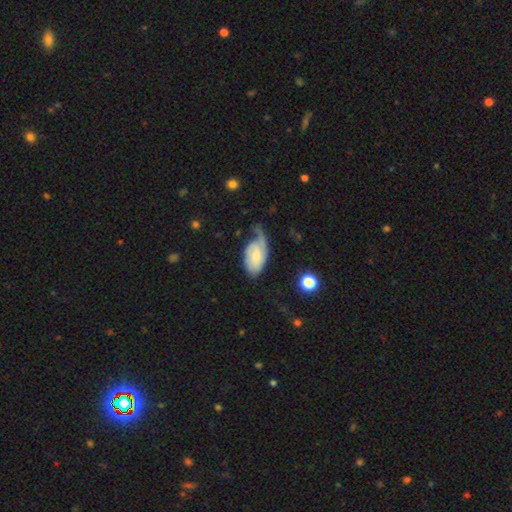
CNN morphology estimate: A featured or disk galaxy (47%).

Vote fractions:
- Smooth or featured? featured or disk: 47% / smooth: 46% / star or artifact: 6%
- Merging? minor disturbance: 35% / major disturbance: 31% / none: 30% / merger: 4%